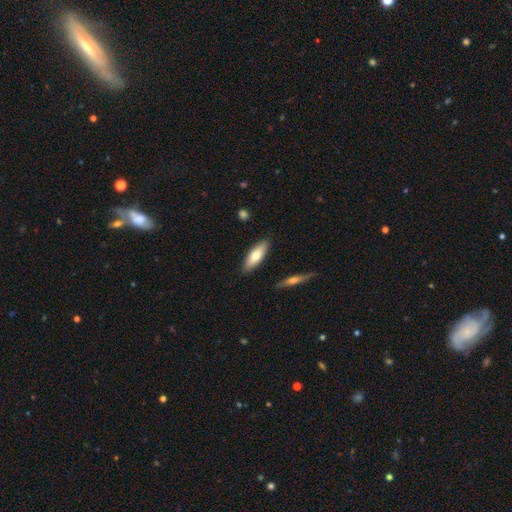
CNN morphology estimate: Smooth or featured?
  - smooth: 70% *
  - featured or disk: 24%
  - star or artifact: 6%
How rounded?
  - in between: 60% *
  - cigar-shaped: 38%
  - round: 2%
Merging?
  - none: 87% *
  - minor disturbance: 9%
  - merger: 2%
  - major disturbance: 2%